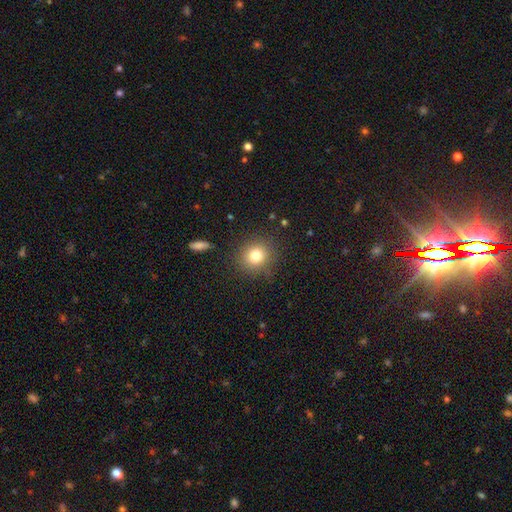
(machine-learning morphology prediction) Overall: smooth (80%). How rounded: round (82%). Merging: none (86%).